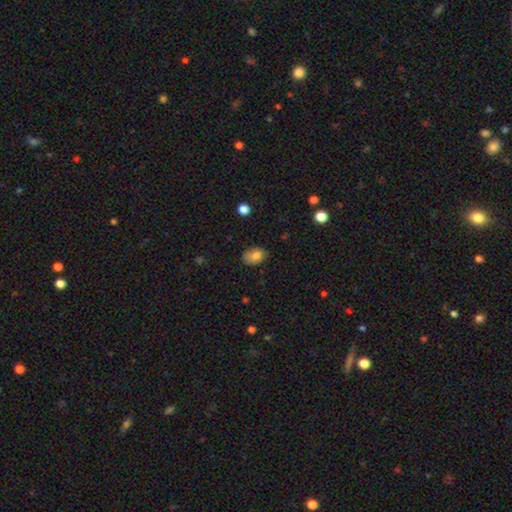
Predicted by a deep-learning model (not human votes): Smooth or featured: smooth — 82% (featured or disk — 9%)
How rounded: in between — 82% (round — 17%)
Merging: none — 73% (minor disturbance — 21%)